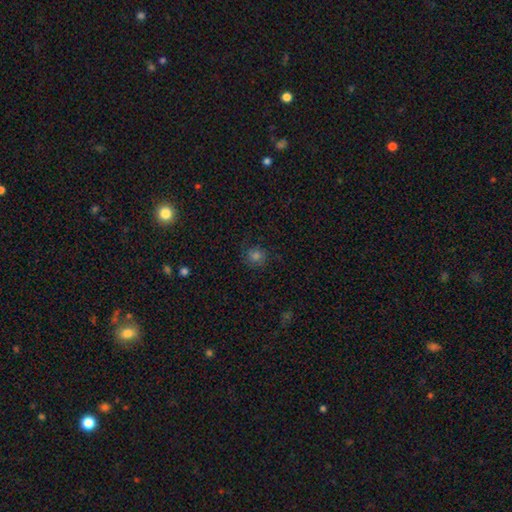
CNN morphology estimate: The model was most divided on "smooth or featured": smooth: 67%, star or artifact: 20%, featured or disk: 13%. More confident: how rounded — round (86%); merging — none (79%).